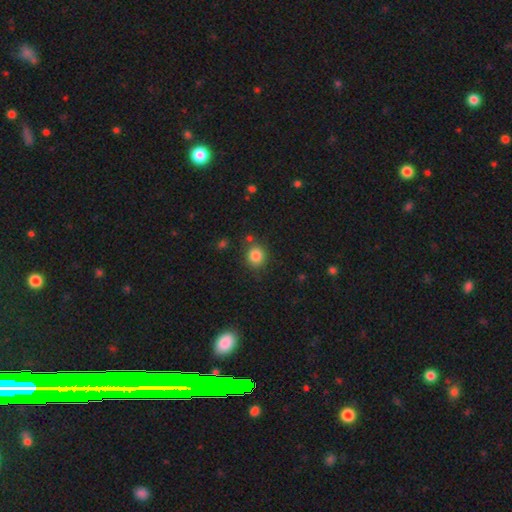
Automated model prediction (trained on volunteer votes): Smooth or featured?
  - smooth: 84% *
  - star or artifact: 11%
  - featured or disk: 5%
How rounded?
  - round: 84% *
  - in between: 15%
  - cigar-shaped: 1%
Merging?
  - none: 80% *
  - minor disturbance: 11%
  - merger: 5%
  - major disturbance: 4%